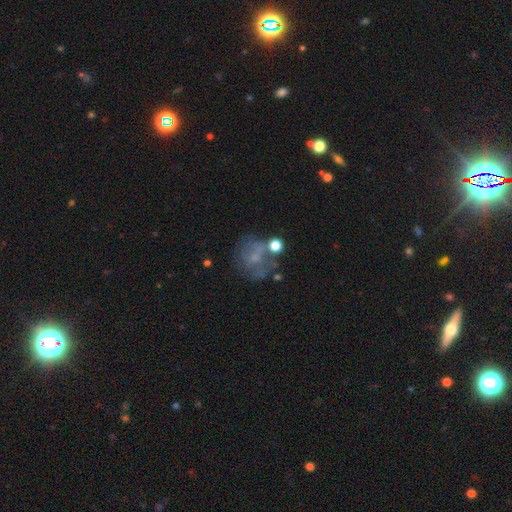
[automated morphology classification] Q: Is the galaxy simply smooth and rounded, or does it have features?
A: featured or disk — 45%.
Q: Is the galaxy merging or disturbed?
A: none — 48%.